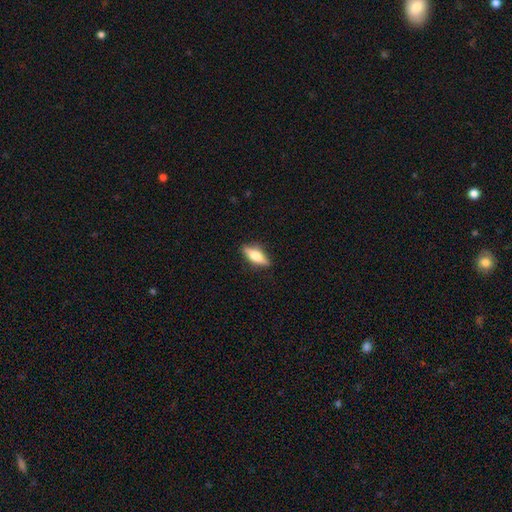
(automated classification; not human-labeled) A smooth galaxy with no disk features (59%) that is in between round and cigar-shaped (60%).

Vote fractions:
- Smooth or featured? smooth: 59% / featured or disk: 34% / star or artifact: 7%
- How rounded? in between: 60% / cigar-shaped: 37% / round: 3%
- Merging? none: 86% / minor disturbance: 10% / major disturbance: 2% / merger: 1%